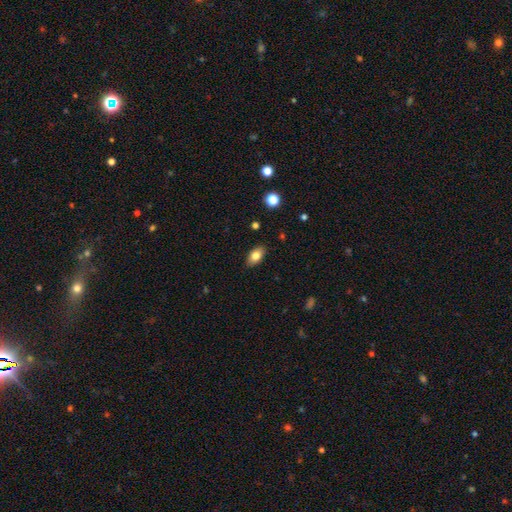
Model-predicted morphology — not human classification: smooth-or-featured: smooth: 80% | featured or disk: 12% | star or artifact: 8%
  how-rounded: in between: 89% | round: 8% | cigar-shaped: 3%
  merging: none: 87% | minor disturbance: 10% | major disturbance: 2% | merger: 1%